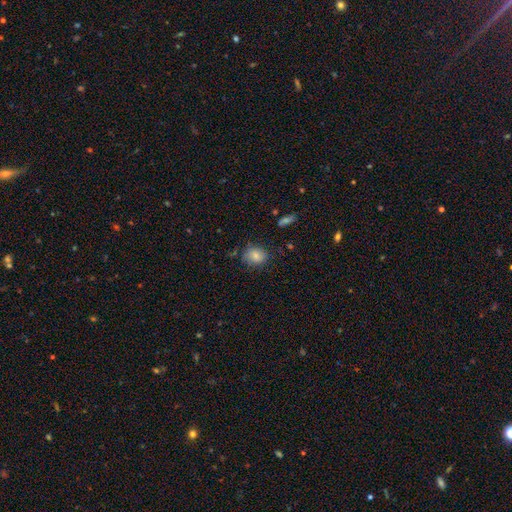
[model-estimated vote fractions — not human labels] This is clearly a smooth galaxy (80%). How rounded: likely round (61%). Merging: likely none (74%).